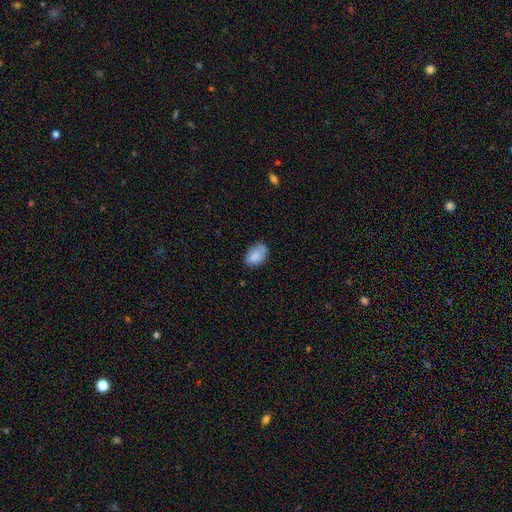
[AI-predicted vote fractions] smooth_or_featured: smooth (p=0.85) [alt: featured or disk p=0.08]
how_rounded: in between (p=0.89) [alt: round p=0.10]
merging: none (p=0.69) [alt: minor disturbance p=0.25]